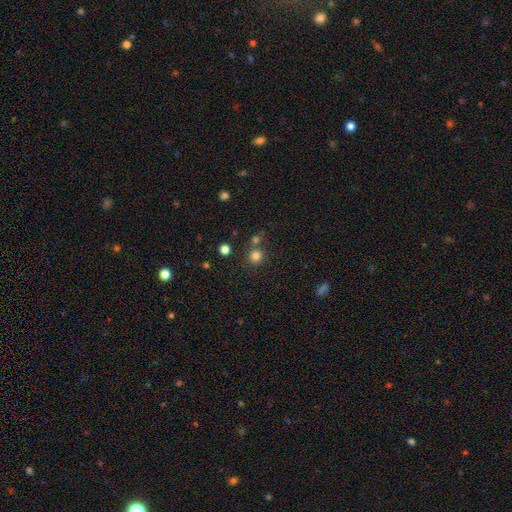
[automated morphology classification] smooth 79%, star or artifact 15%, featured or disk 6%. Down the decision tree: how rounded — round (92%); merging — none (73%).